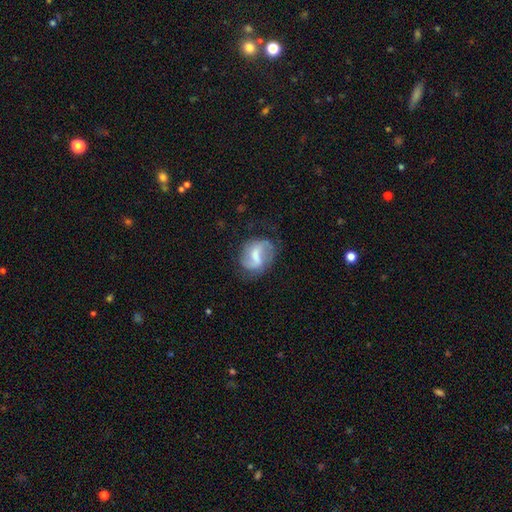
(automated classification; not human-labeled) Smooth or featured: featured or disk — 70% (smooth — 23%)
Edge-on disk: no — 97% (yes — 3%)
Bar: weak — 49% (strong — 36%)
Spiral arms: yes — 86% (no — 14%)
Spiral winding: loose — 50% (medium — 38%)
Spiral arm count: 2 — 82% (can't tell — 7%)
Bulge size: moderate — 36% (small — 28%)
Merging: none — 63% (minor disturbance — 22%)